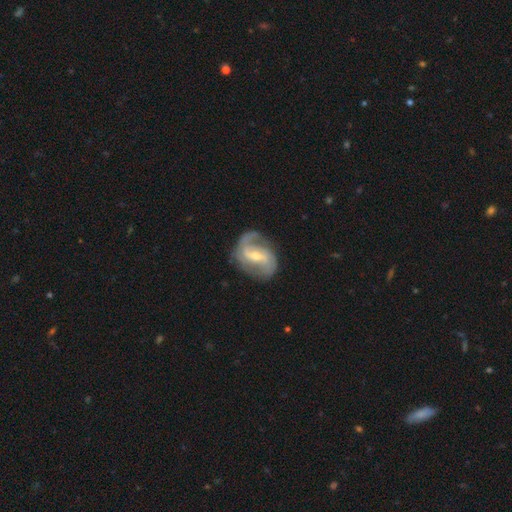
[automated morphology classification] Smooth or featured? featured or disk (86%)
Edge-on disk? no (97%)
Bar? weak (48%)
Spiral arms? yes (95%)
Spiral winding? medium (47%)
Spiral arm count? 2 (80%)
Bulge size? moderate (50%)
Merging? none (69%)